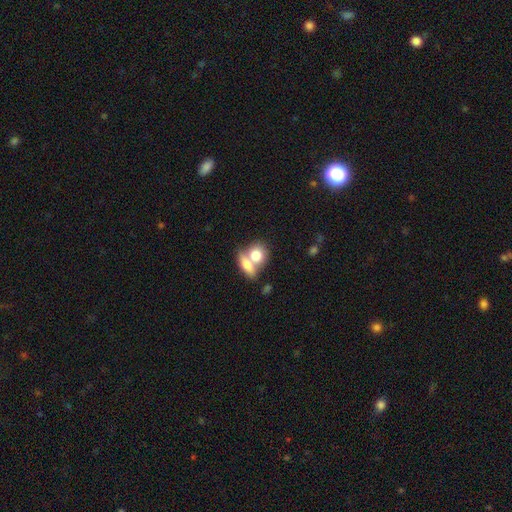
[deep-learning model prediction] Q: Smooth or featured?
A: smooth (74%); runner-up: featured or disk (19%)
Q: How rounded?
A: in between (53%); runner-up: round (41%)
Q: Merging?
A: merger (65%); runner-up: none (25%)